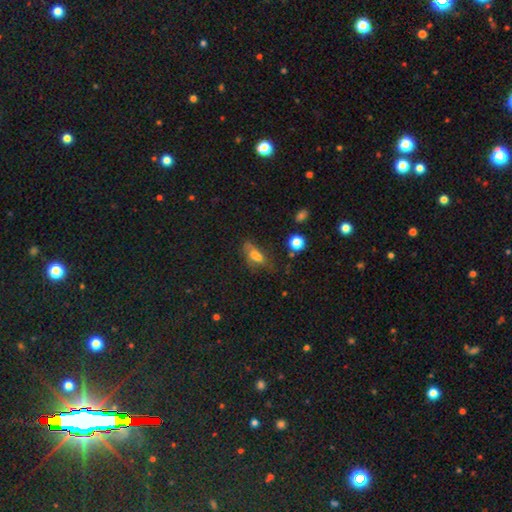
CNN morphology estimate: Smooth or featured: smooth — 57% (featured or disk — 25%)
How rounded: in between — 70% (cigar-shaped — 17%)
Merging: none — 37% (merger — 27%)